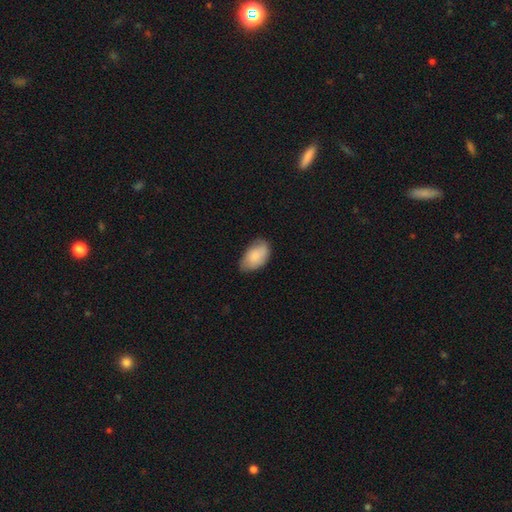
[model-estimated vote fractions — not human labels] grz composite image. It shows a smooth galaxy with no disk features (82%) that is in between round and cigar-shaped (94%). Merging: none (69%).